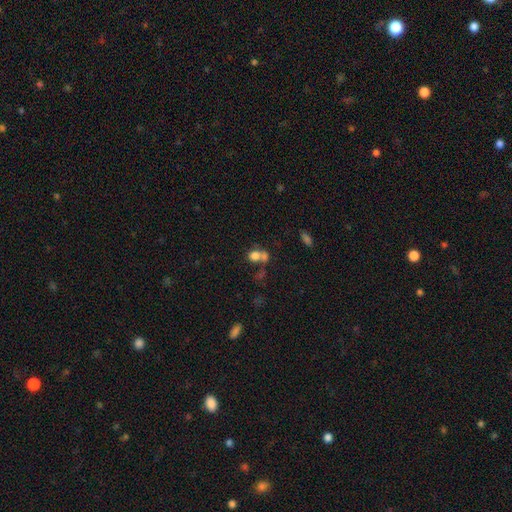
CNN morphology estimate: This appears to be a smooth galaxy with no disk features (74%) that is round (61%). Merging: merger (51%).